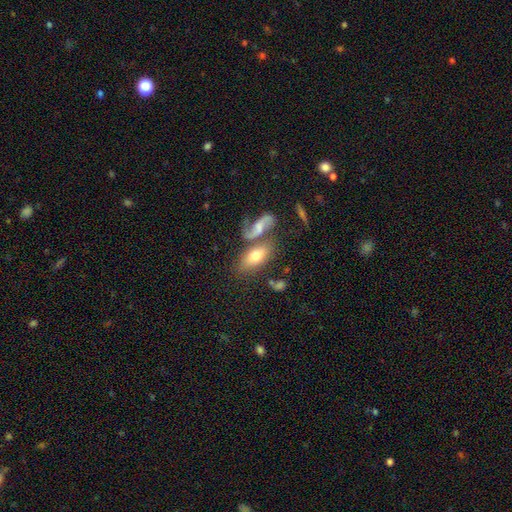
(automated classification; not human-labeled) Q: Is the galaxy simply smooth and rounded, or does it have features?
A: smooth — 64%.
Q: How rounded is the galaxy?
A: in between — 87%.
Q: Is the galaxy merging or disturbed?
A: none — 46%.